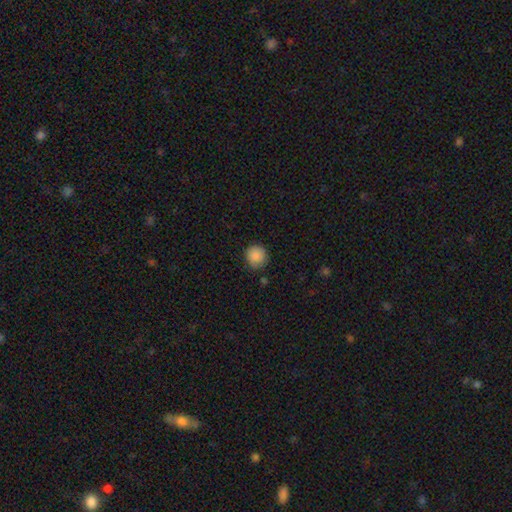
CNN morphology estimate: smooth 87%, star or artifact 9%, featured or disk 4%. Down the decision tree: how rounded — round (93%); merging — none (86%).